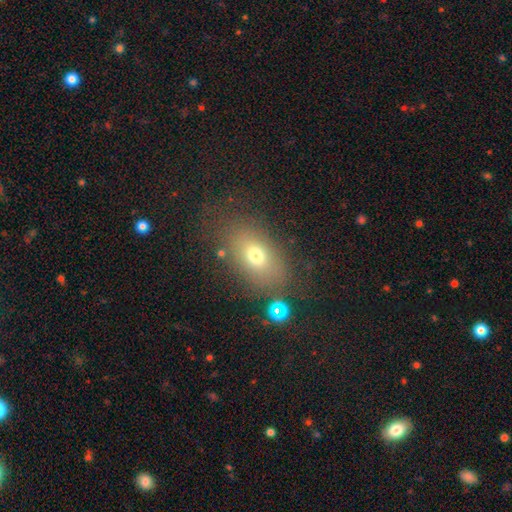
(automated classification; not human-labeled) Q: Smooth or featured?
A: smooth (69%); runner-up: featured or disk (16%)
Q: How rounded?
A: in between (80%); runner-up: round (17%)
Q: Merging?
A: none (73%); runner-up: minor disturbance (14%)